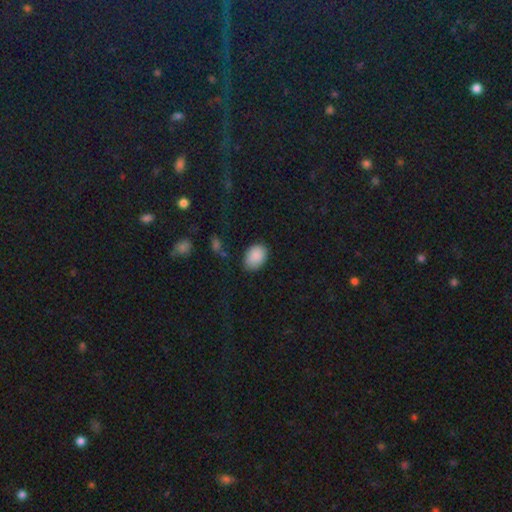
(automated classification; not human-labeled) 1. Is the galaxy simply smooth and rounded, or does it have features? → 89% smooth, 8% star or artifact, 3% featured or disk.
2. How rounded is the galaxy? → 81% in between, 18% round, 1% cigar-shaped.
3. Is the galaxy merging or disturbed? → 82% none, 13% minor disturbance, 3% major disturbance, 2% merger.